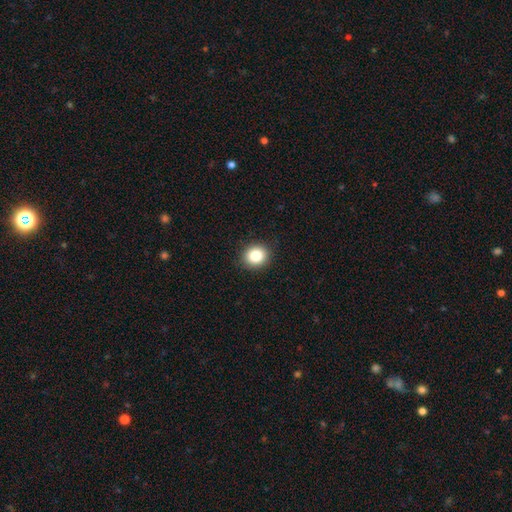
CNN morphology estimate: A smooth galaxy with no disk features (84%) that is round (77%). Merging: none (91%).